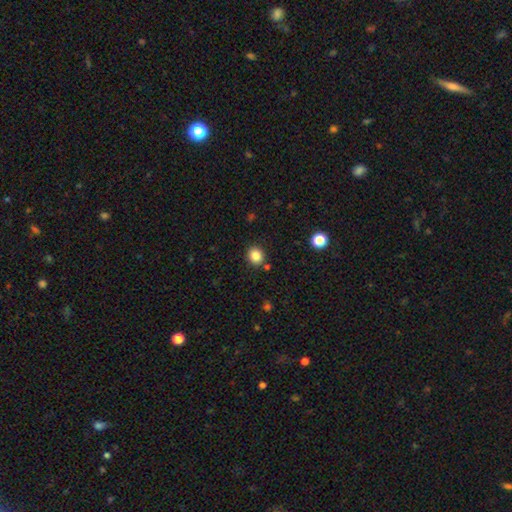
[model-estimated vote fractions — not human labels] Smooth or featured? smooth (84%)
How rounded? round (80%)
Merging? none (87%)